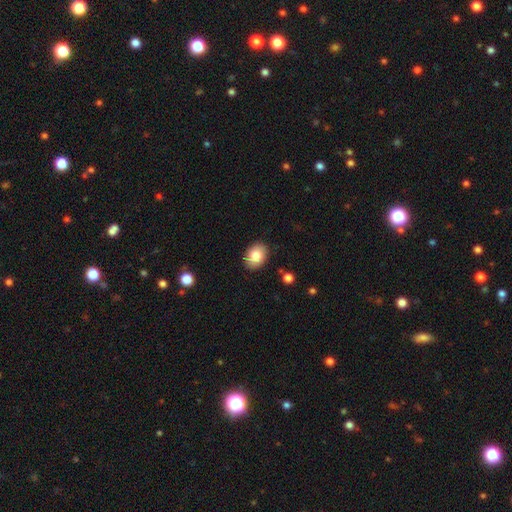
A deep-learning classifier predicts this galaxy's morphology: The model was most divided on "how rounded": in between: 69%, round: 30%, cigar-shaped: 1%. More confident: merging — none (87%); smooth or featured — smooth (83%).